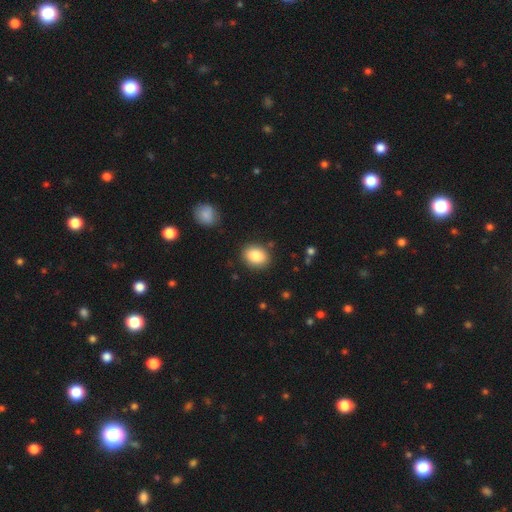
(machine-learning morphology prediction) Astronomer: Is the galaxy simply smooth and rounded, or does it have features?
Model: smooth — 86%.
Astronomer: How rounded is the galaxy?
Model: in between — 64%.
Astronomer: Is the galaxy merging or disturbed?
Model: none — 86%.